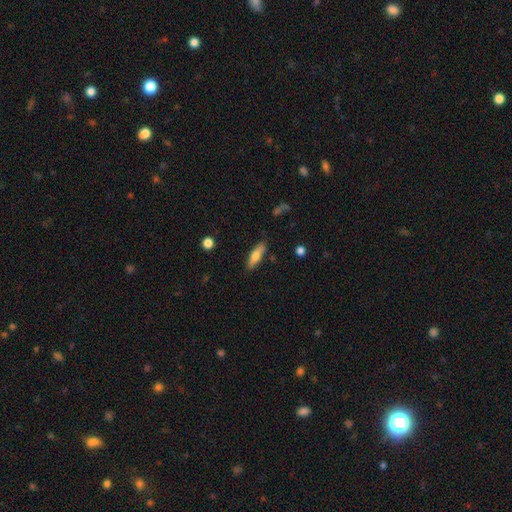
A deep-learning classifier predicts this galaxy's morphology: smooth-or-featured: smooth: 69% | featured or disk: 25% | star or artifact: 6%
  how-rounded: cigar-shaped: 50% | in between: 48% | round: 2%
  merging: none: 82% | minor disturbance: 13% | major disturbance: 3% | merger: 2%